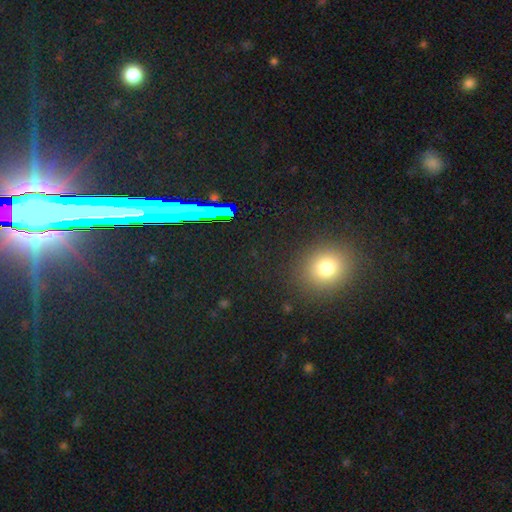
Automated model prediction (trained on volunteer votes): This is possibly a smooth galaxy (60%). How rounded: clearly round (84%). Merging: clearly none (91%).